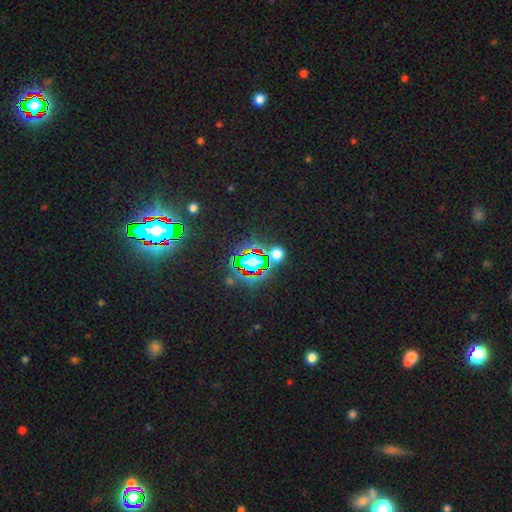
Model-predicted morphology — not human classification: smooth-or-featured: star or artifact: 84% | smooth: 10% | featured or disk: 7%